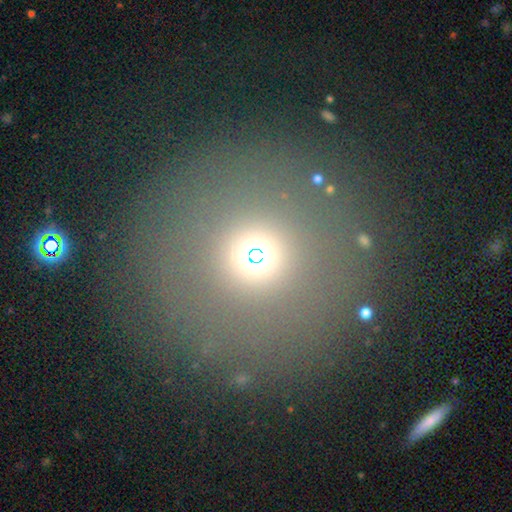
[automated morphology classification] A smooth galaxy with no disk features (53%) that is round (85%).

Vote fractions:
- Smooth or featured? smooth: 53% / star or artifact: 37% / featured or disk: 10%
- How rounded? round: 85% / in between: 13% / cigar-shaped: 2%
- Merging? none: 81% / minor disturbance: 8% / major disturbance: 6% / merger: 5%